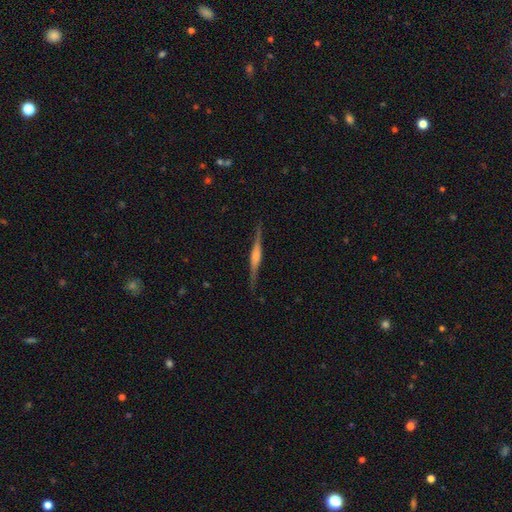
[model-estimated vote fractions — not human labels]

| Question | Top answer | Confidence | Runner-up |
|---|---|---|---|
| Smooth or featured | featured or disk | 77% | smooth (17%) |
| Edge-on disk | yes | 98% | no (2%) |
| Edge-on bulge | rounded | 66% | boxy (25%) |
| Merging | none | 89% | minor disturbance (8%) |